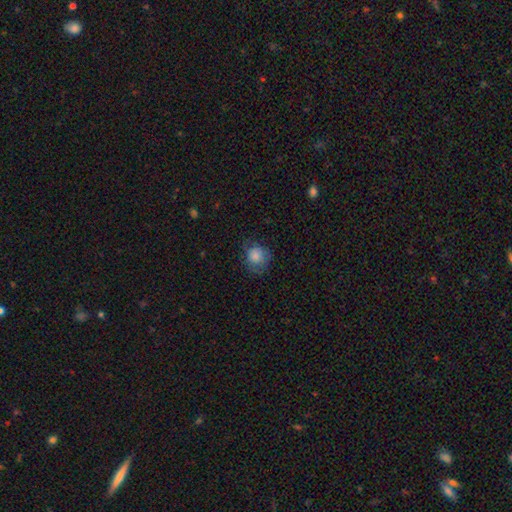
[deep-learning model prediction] Smooth or featured?
  - smooth: 81% *
  - featured or disk: 11%
  - star or artifact: 8%
How rounded?
  - round: 83% *
  - in between: 16%
  - cigar-shaped: 1%
Merging?
  - none: 67% *
  - minor disturbance: 22%
  - major disturbance: 10%
  - merger: 1%